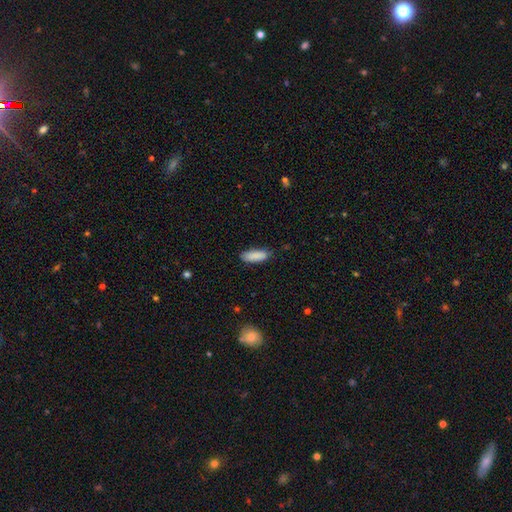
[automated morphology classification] A smooth galaxy with no disk features (88%) that is in between round and cigar-shaped (64%). Merging: none (79%).